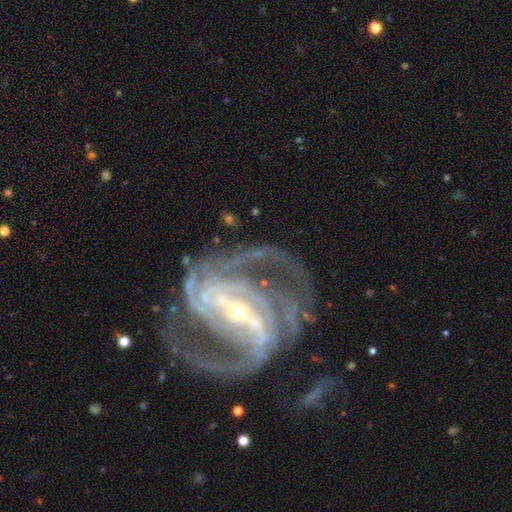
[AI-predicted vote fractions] A featured or disk galaxy (92%) with a strong bar (76%), 2 (38%) medium (48%) spiral arms (98%) and a small central bulge (74%).

Vote fractions:
- Smooth or featured? featured or disk: 92% / star or artifact: 6% / smooth: 2%
- Edge-on disk? no: 97% / yes: 3%
- Bar? strong: 76% / weak: 18% / no: 6%
- Spiral arms? yes: 98% / no: 2%
- Spiral winding? medium: 48% / tight: 40% / loose: 12%
- Spiral arm count? 2: 38% / 3: 22% / 4: 14% / can't tell: 12% / more than 4: 7% / 1: 6%
- Bulge size? small: 74% / moderate: 22% / large: 2% / none: 1% / dominant: 1%
- Merging? none: 60% / major disturbance: 19% / minor disturbance: 17% / merger: 4%